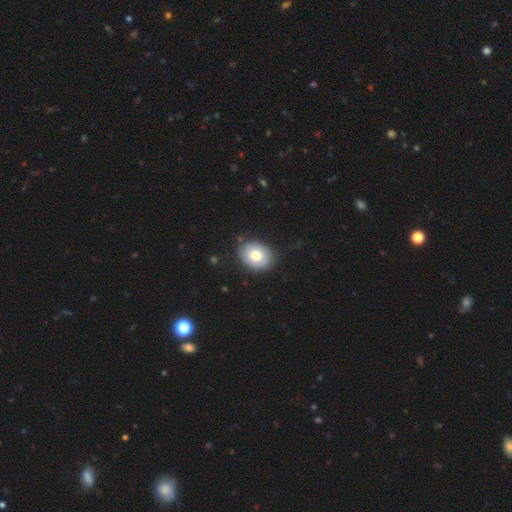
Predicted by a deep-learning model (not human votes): A smooth galaxy with no disk features (71%) that is in between round and cigar-shaped (60%). Merging: none (84%).